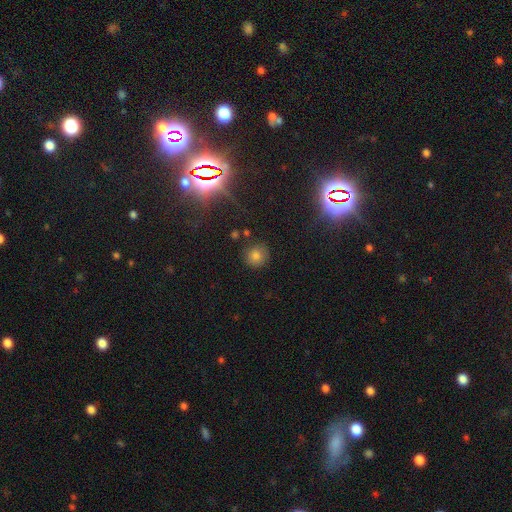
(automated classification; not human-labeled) smooth_or_featured: smooth (p=0.75) [alt: star or artifact p=0.17]
how_rounded: round (p=0.91) [alt: in between p=0.08]
merging: none (p=0.85) [alt: minor disturbance p=0.09]